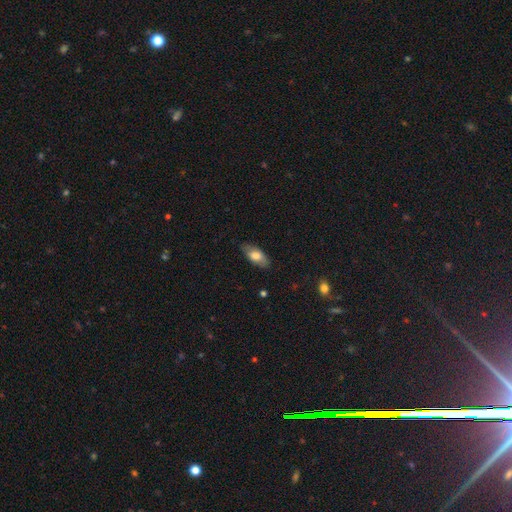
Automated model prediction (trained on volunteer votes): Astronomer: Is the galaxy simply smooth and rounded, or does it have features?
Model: smooth — 73%.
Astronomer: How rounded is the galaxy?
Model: in between — 85%.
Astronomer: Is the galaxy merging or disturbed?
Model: none — 81%.